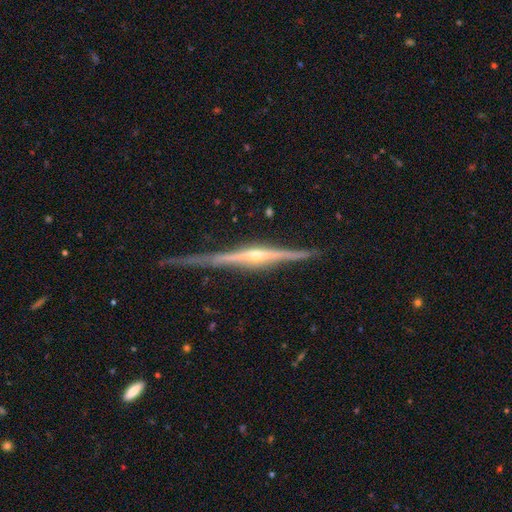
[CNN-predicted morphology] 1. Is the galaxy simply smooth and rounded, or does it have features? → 89% featured or disk, 7% smooth, 5% star or artifact.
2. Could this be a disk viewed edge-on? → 98% yes, 2% no.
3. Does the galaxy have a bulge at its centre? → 80% rounded, 12% none, 8% boxy.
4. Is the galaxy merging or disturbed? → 82% none, 14% minor disturbance, 3% major disturbance, 2% merger.